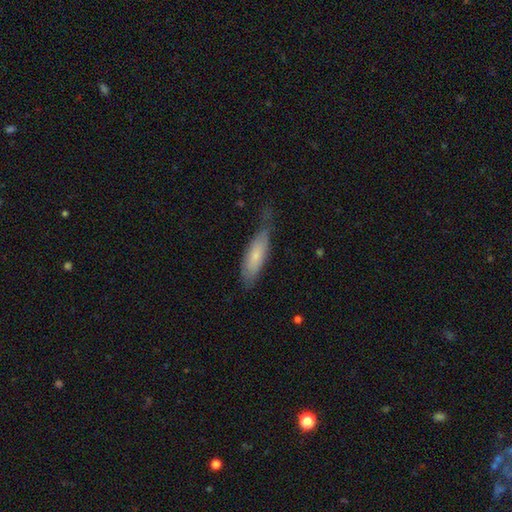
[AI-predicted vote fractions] Overall: smooth (67%). How rounded: cigar-shaped (57%; in between 42%). Merging: none (48%; minor disturbance 37%).